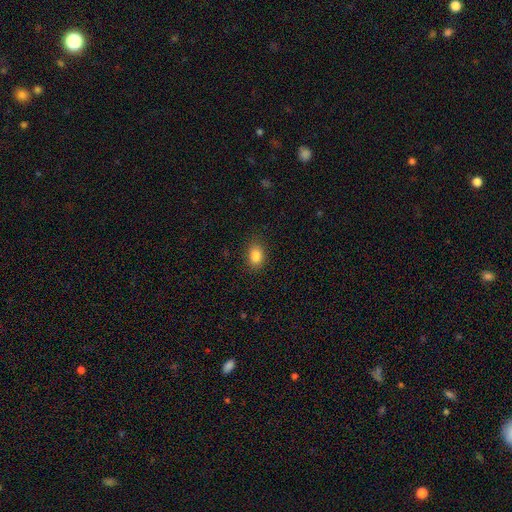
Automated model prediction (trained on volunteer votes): Smooth or featured?
  - smooth: 86% *
  - star or artifact: 9%
  - featured or disk: 5%
How rounded?
  - in between: 77% *
  - round: 22%
  - cigar-shaped: 1%
Merging?
  - none: 87% *
  - minor disturbance: 9%
  - major disturbance: 3%
  - merger: 1%